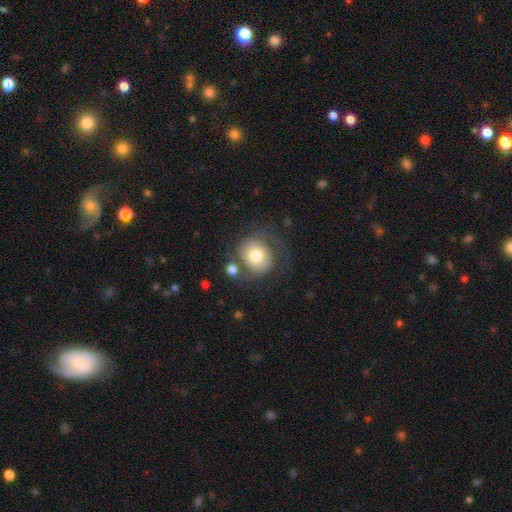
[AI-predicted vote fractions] smooth_or_featured: smooth (p=0.54) [alt: featured or disk p=0.38]
how_rounded: round (p=0.79) [alt: in between p=0.20]
merging: none (p=0.52) [alt: major disturbance p=0.19]